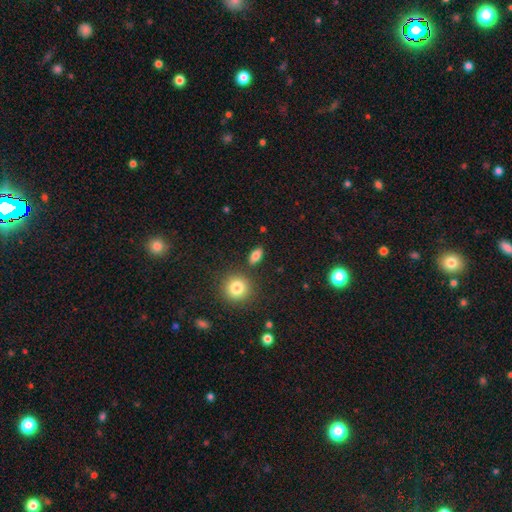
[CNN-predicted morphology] This appears to be a smooth galaxy with no disk features (81%) that is in between round and cigar-shaped (82%). Merging: none (85%).